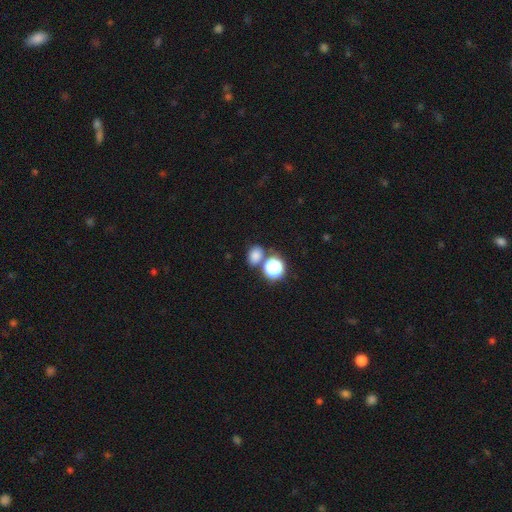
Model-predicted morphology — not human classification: A smooth galaxy with no disk features (75%) that is in between round and cigar-shaped (57%).

Vote fractions:
- Smooth or featured? smooth: 75% / star or artifact: 19% / featured or disk: 6%
- How rounded? in between: 57% / round: 42% / cigar-shaped: 1%
- Merging? none: 64% / merger: 20% / minor disturbance: 12% / major disturbance: 4%